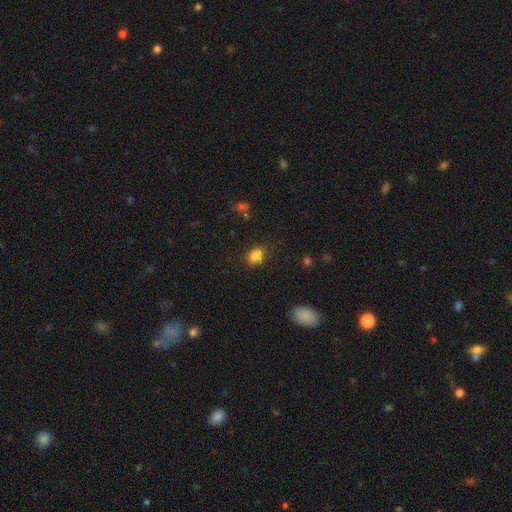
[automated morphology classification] A smooth galaxy with no disk features (84%) that is in between round and cigar-shaped (59%). Merging: none (83%).